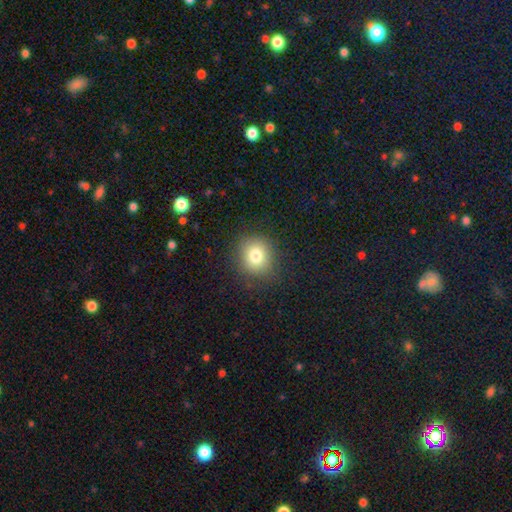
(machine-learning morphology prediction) The model was most divided on "how rounded": round: 83%, in between: 16%, cigar-shaped: 1%. More confident: merging — none (86%); smooth or featured — smooth (79%).